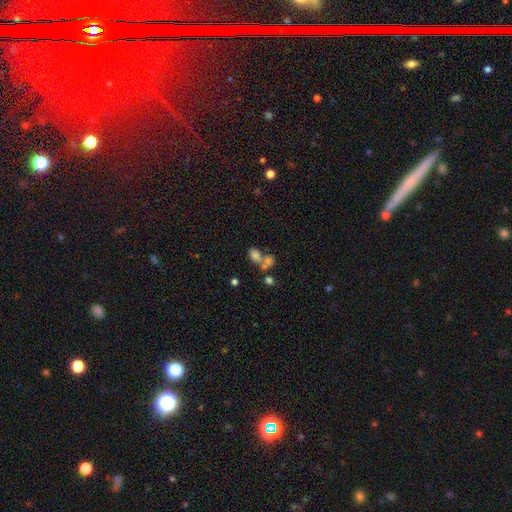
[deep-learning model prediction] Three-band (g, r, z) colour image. It shows a smooth galaxy with no disk features (69%) that is in between round and cigar-shaped (72%). Merging: merger (55%).